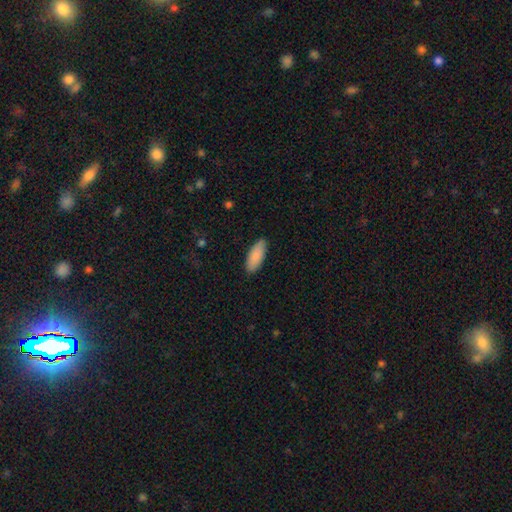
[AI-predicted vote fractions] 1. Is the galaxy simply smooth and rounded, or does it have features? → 89% smooth, 6% featured or disk, 5% star or artifact.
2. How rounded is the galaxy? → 76% in between, 22% cigar-shaped, 1% round.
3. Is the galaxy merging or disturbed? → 87% none, 10% minor disturbance, 2% major disturbance, 1% merger.